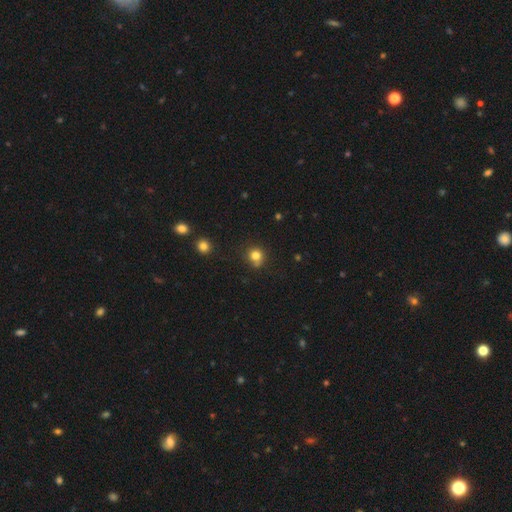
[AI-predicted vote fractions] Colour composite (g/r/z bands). It shows a smooth galaxy with no disk features (80%) that is round (88%). Merging: none (69%).